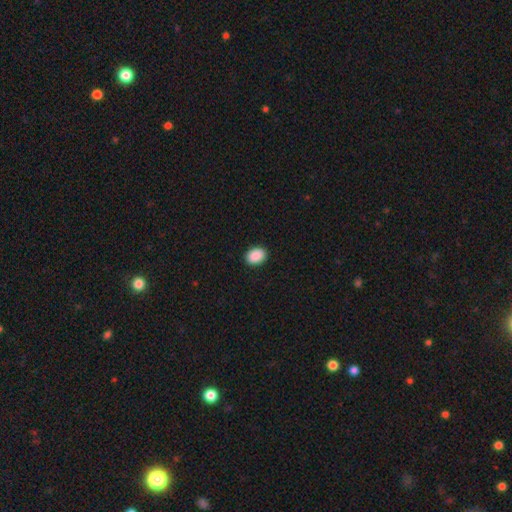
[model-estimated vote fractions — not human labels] Smooth or featured? Predicted: smooth (p=0.91). How rounded? Predicted: in between (p=0.72). Merging? Predicted: none (p=0.91).